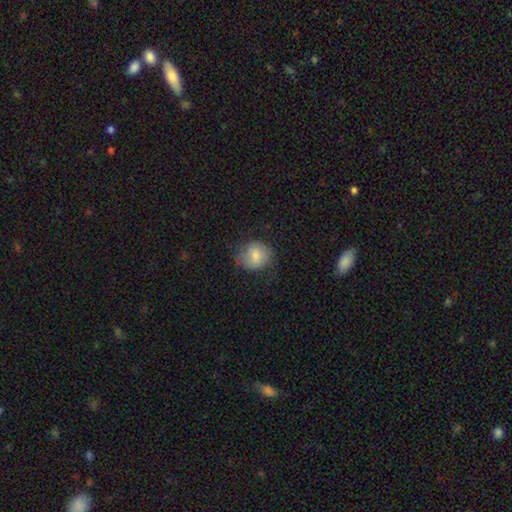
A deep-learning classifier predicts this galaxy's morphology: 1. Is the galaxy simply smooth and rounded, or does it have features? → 79% smooth, 13% featured or disk, 7% star or artifact.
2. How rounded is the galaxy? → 75% round, 24% in between, 1% cigar-shaped.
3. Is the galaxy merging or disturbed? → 68% none, 23% minor disturbance, 8% major disturbance, 1% merger.